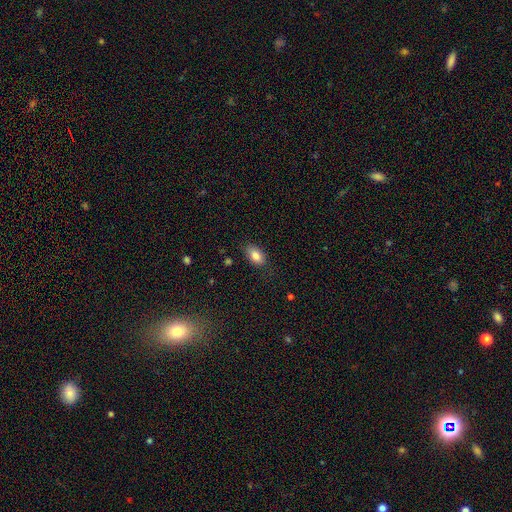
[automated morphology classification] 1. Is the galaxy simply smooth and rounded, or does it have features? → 84% smooth, 8% featured or disk, 8% star or artifact.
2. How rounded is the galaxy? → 90% in between, 8% round, 2% cigar-shaped.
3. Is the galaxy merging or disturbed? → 80% none, 15% minor disturbance, 3% major disturbance, 1% merger.